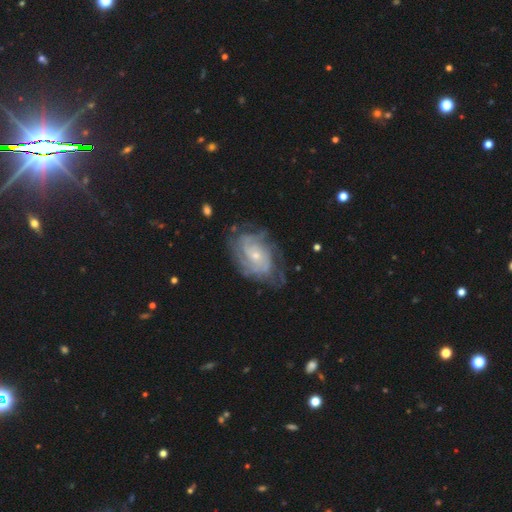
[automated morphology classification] Smooth or featured? featured or disk (82%)
Edge-on disk? no (97%)
Bar? no (74%)
Spiral arms? yes (91%)
Spiral winding? tight (60%)
Spiral arm count? can't tell (45%)
Bulge size? small (69%)
Merging? none (63%)